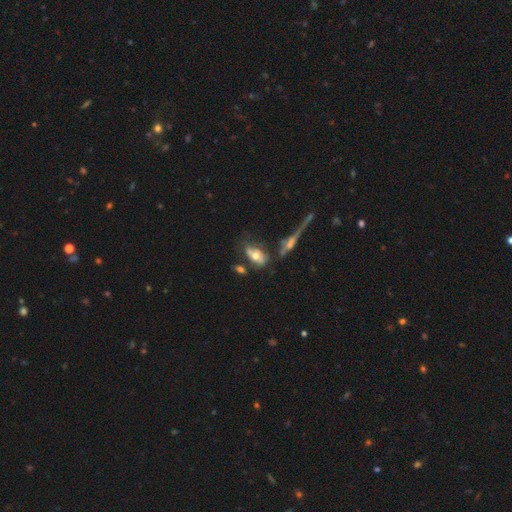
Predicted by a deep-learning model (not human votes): Smooth or featured? smooth (50%)
How rounded? in between (82%)
Merging? none (38%)